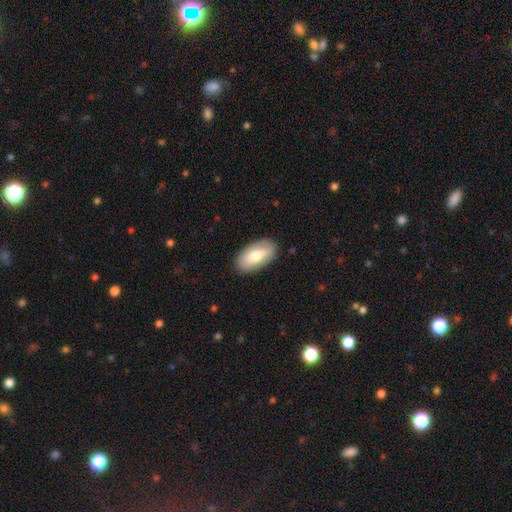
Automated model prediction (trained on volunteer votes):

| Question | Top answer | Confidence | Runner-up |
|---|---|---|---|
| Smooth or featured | smooth | 71% | featured or disk (23%) |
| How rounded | in between | 94% | round (3%) |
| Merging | none | 86% | minor disturbance (10%) |